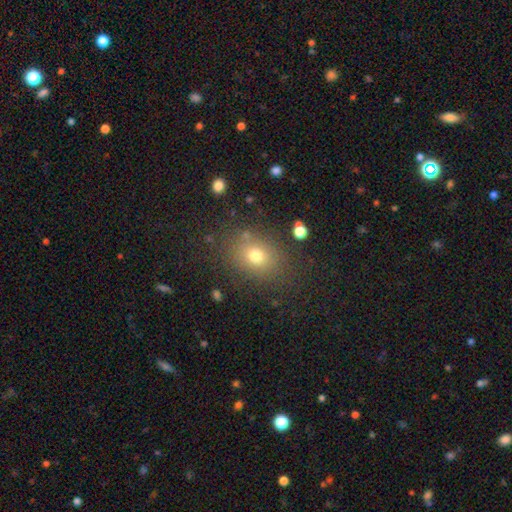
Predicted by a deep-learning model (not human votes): Smooth or featured? smooth (73%)
How rounded? in between (51%)
Merging? none (81%)